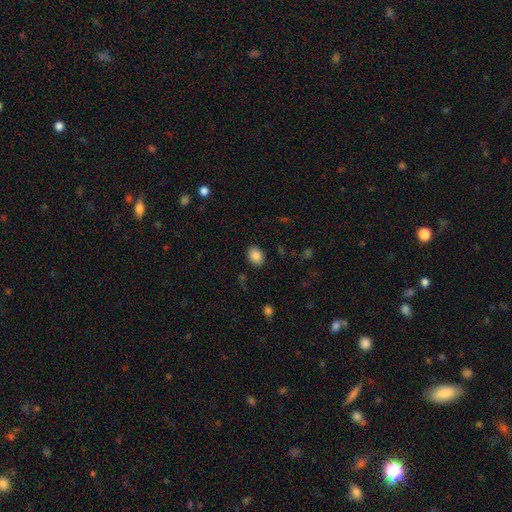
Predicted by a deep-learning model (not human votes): Overall: smooth (85%). How rounded: in between (70%). Merging: none (88%).